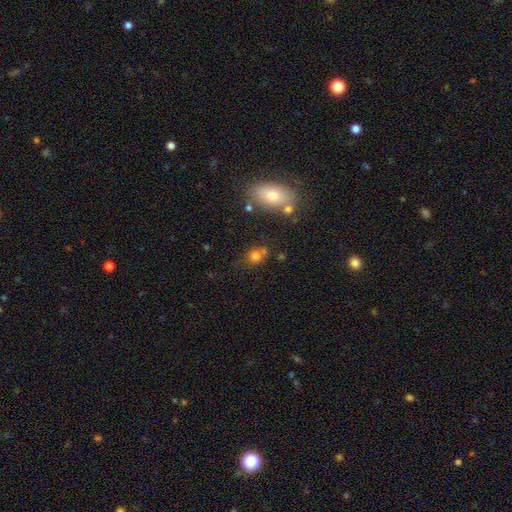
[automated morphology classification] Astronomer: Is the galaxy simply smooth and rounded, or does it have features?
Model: smooth — 76%.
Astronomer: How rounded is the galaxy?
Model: round — 57% (runner-up: in between, 41%).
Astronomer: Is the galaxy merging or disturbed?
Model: none — 59%.